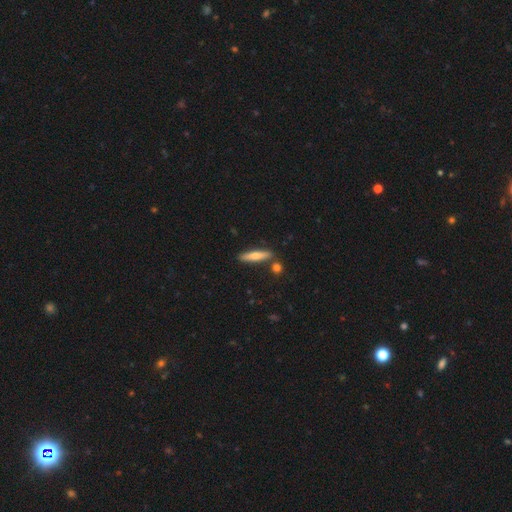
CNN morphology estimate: This is likely a smooth galaxy (67%). How rounded: clearly cigar-shaped (85%). Merging: clearly none (82%).